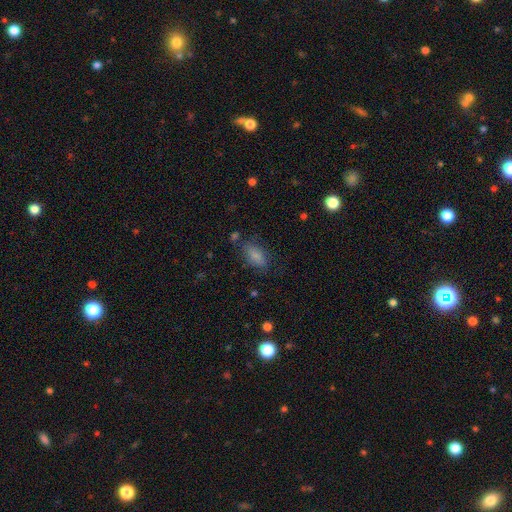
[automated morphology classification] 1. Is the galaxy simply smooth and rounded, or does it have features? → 82% smooth, 9% featured or disk, 9% star or artifact.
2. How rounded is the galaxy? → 87% in between, 9% cigar-shaped, 4% round.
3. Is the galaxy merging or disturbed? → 74% none, 17% minor disturbance, 6% major disturbance, 4% merger.